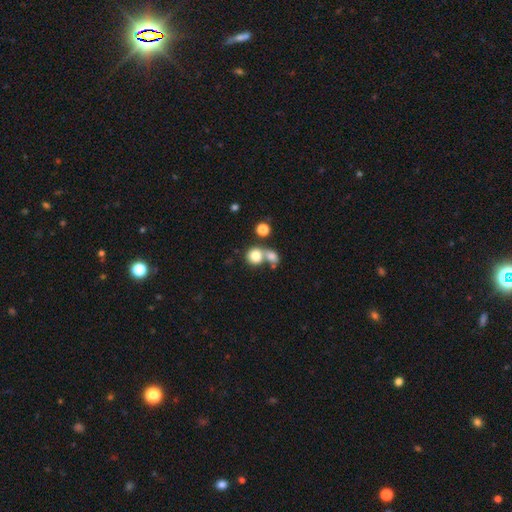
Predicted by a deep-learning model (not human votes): Smooth or featured? smooth (80%)
How rounded? round (82%)
Merging? merger (47%)